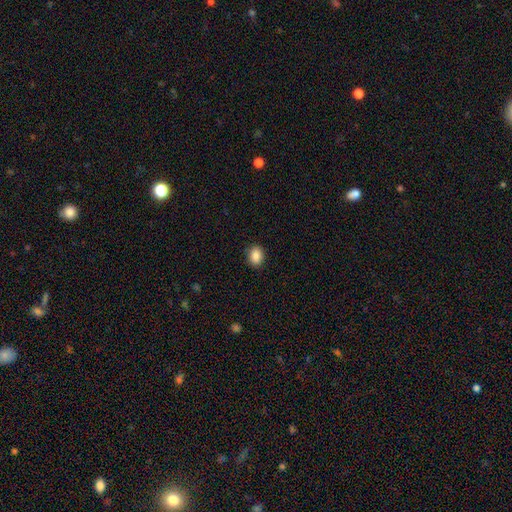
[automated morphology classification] Smooth or featured? Predicted: smooth (p=0.88). How rounded? Predicted: in between (p=0.65). Merging? Predicted: none (p=0.90).